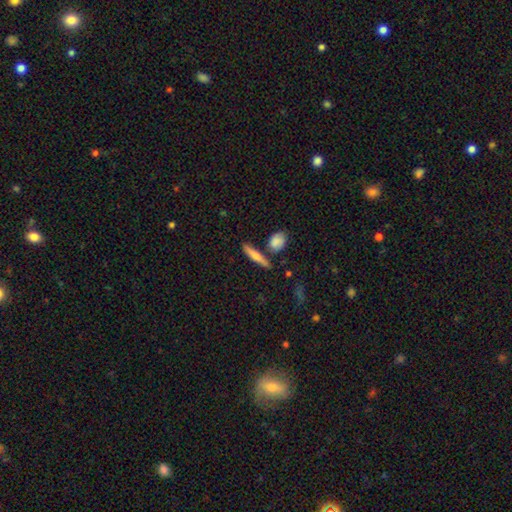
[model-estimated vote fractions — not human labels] The model was most divided on "smooth or featured": smooth: 66%, featured or disk: 28%, star or artifact: 7%. More confident: how rounded — cigar-shaped (81%); merging — none (76%).